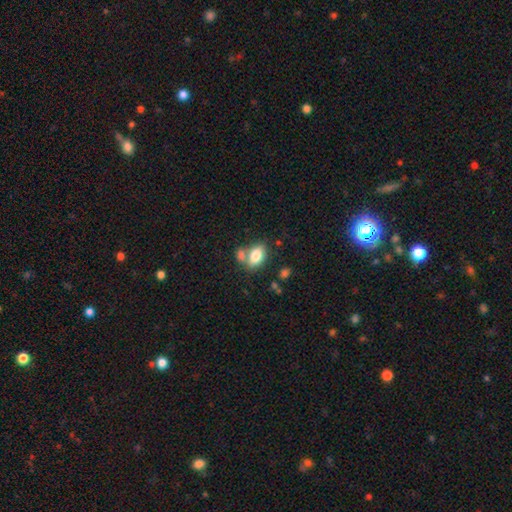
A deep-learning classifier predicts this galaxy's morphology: smooth_or_featured: smooth (p=0.81) [alt: featured or disk p=0.11]
how_rounded: in between (p=0.87) [alt: round p=0.11]
merging: none (p=0.50) [alt: merger p=0.34]